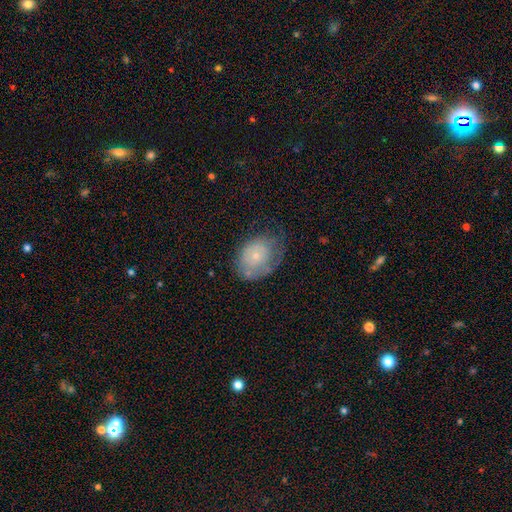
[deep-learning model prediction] Smooth or featured? smooth (58%)
How rounded? in between (66%)
Merging? none (46%)